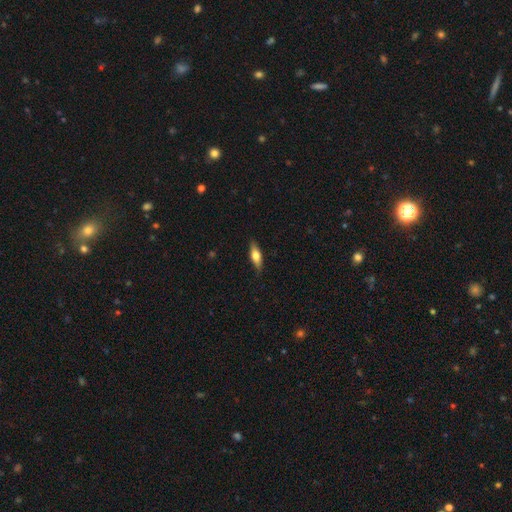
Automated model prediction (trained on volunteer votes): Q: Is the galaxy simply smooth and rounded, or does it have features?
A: smooth — 60%.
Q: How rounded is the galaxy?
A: in between — 52%.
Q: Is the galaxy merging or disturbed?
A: none — 83%.